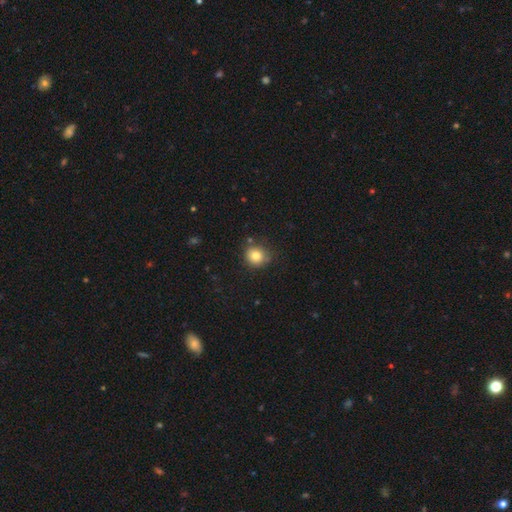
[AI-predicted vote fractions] Smooth or featured? smooth (80%)
How rounded? round (89%)
Merging? none (79%)